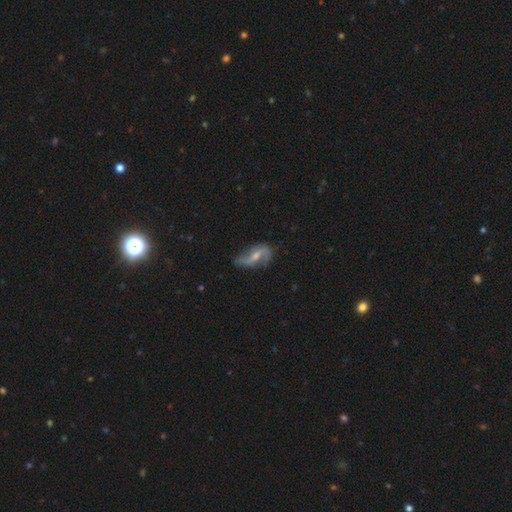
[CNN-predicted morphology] Smooth or featured: featured or disk — 74% (smooth — 19%)
Edge-on disk: no — 94% (yes — 6%)
Bar: weak — 46% (strong — 28%)
Spiral arms: yes — 87% (no — 13%)
Spiral winding: loose — 75% (medium — 18%)
Spiral arm count: 2 — 86% (can't tell — 6%)
Bulge size: moderate — 45% (small — 44%)
Merging: none — 58% (minor disturbance — 27%)